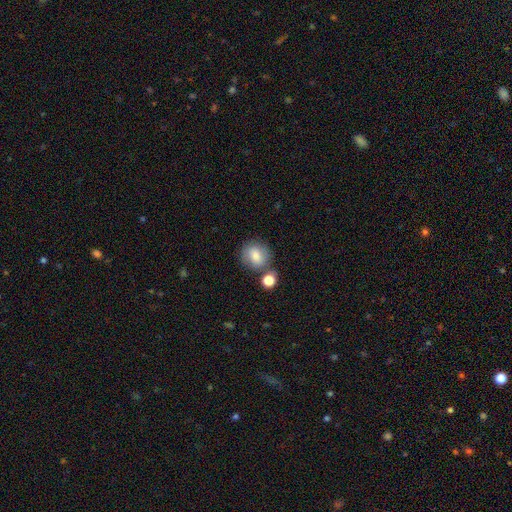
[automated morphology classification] type=smooth (77%); roundness=round (77%); merging=none (67%).